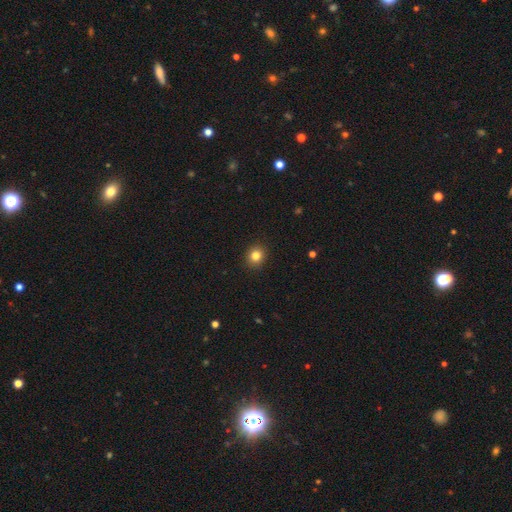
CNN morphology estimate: Smooth or featured: smooth — 82% (star or artifact — 12%)
How rounded: round — 78% (in between — 21%)
Merging: none — 91% (minor disturbance — 6%)